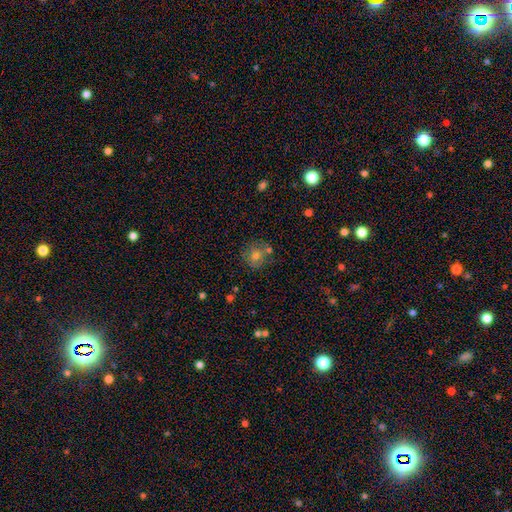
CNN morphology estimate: smooth-or-featured: smooth: 60% | featured or disk: 23% | star or artifact: 17%
  how-rounded: round: 82% | in between: 17% | cigar-shaped: 1%
  merging: none: 62% | minor disturbance: 17% | merger: 14% | major disturbance: 7%